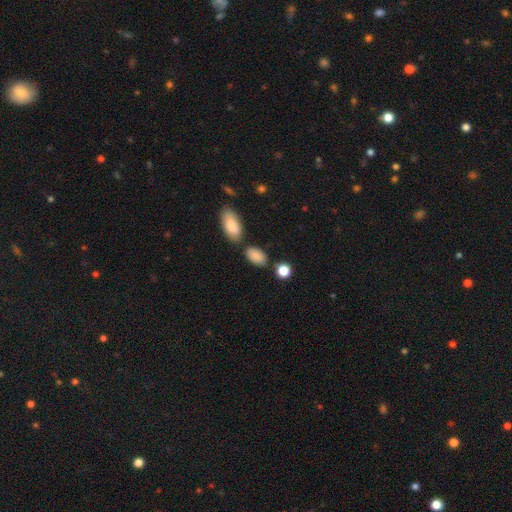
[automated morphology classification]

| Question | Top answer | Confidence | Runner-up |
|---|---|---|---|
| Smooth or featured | smooth | 86% | star or artifact (7%) |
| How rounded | in between | 92% | round (6%) |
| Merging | none | 70% | minor disturbance (15%) |